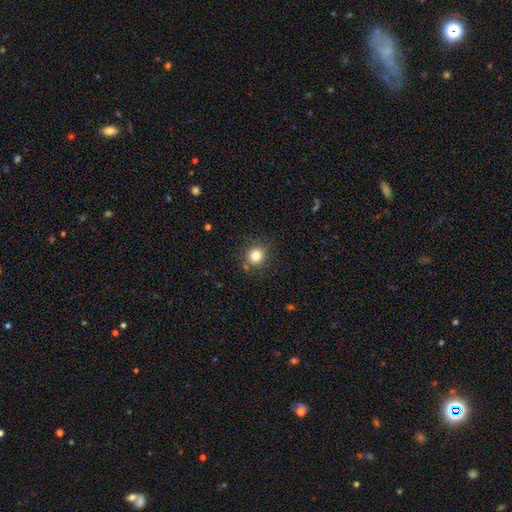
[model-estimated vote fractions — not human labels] smooth_or_featured: smooth (p=0.82) [alt: star or artifact p=0.12]
how_rounded: round (p=0.90) [alt: in between p=0.09]
merging: none (p=0.83) [alt: minor disturbance p=0.10]